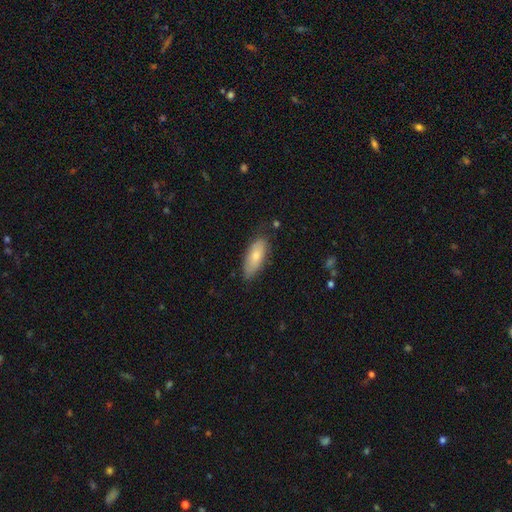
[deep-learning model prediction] Smooth or featured: smooth — 75% (featured or disk — 19%)
How rounded: in between — 75% (cigar-shaped — 23%)
Merging: none — 75% (minor disturbance — 20%)